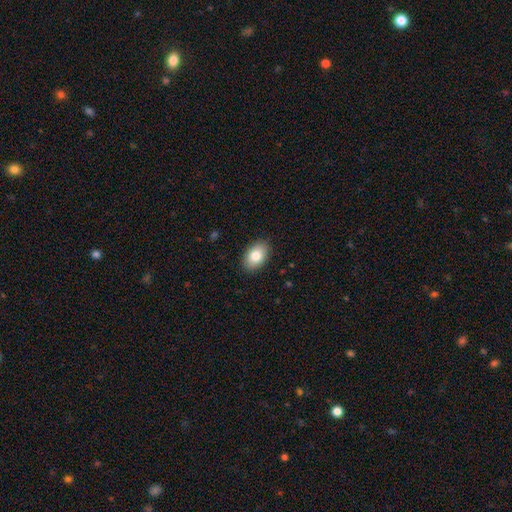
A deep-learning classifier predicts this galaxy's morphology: Smooth or featured: smooth — 82% (featured or disk — 10%)
How rounded: in between — 88% (round — 11%)
Merging: none — 88% (minor disturbance — 9%)